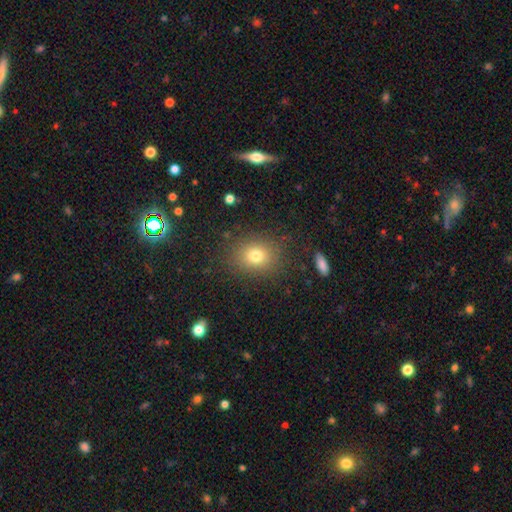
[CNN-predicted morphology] A smooth galaxy with no disk features (76%) that is round (63%). Merging: none (85%).